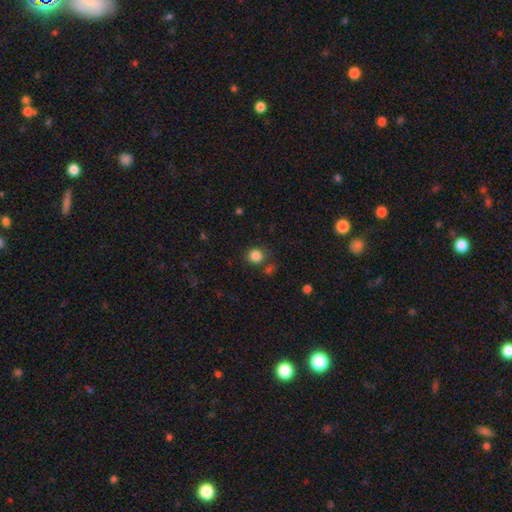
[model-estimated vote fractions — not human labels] Overall: smooth (84%). How rounded: round (88%). Merging: none (76%).